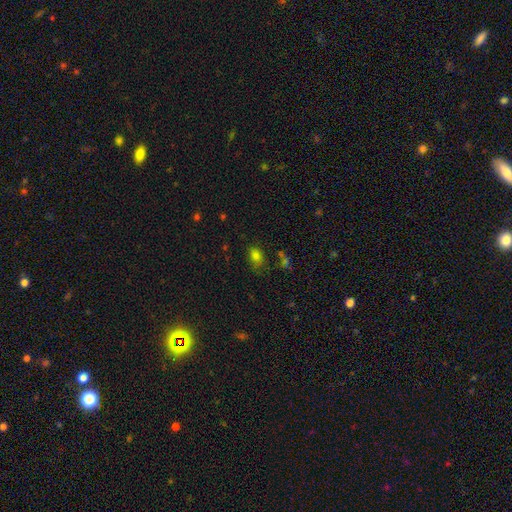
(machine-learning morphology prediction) smooth_or_featured: smooth (p=0.76) [alt: star or artifact p=0.17]
how_rounded: in between (p=0.75) [alt: round p=0.23]
merging: none (p=0.64) [alt: minor disturbance p=0.23]